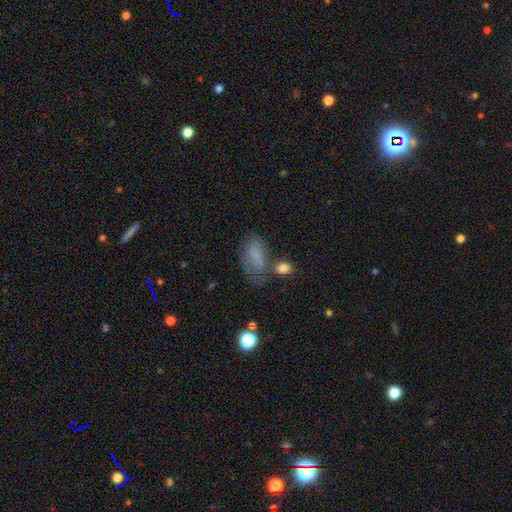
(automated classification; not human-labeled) The model was most divided on "merging": none: 42%, minor disturbance: 27%, major disturbance: 20%, merger: 11%. More confident: how rounded — in between (88%); smooth or featured — smooth (63%).